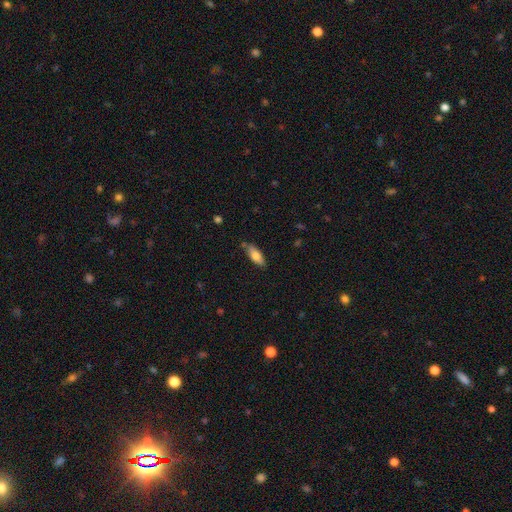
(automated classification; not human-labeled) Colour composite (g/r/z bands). It shows a smooth galaxy with no disk features (74%) that is in between round and cigar-shaped (74%). Merging: none (79%).